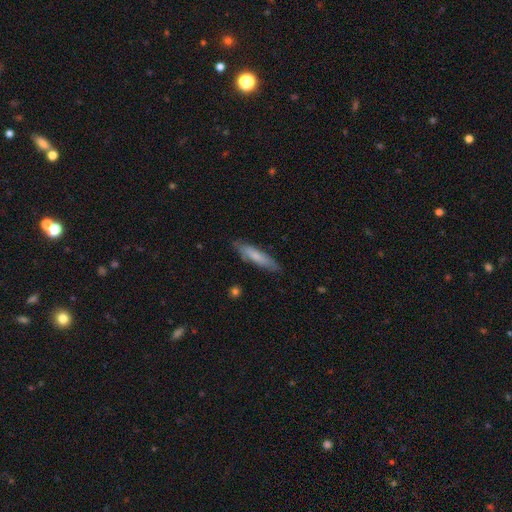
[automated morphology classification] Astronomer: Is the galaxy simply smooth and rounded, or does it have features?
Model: smooth — 65%.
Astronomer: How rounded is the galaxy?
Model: cigar-shaped — 82%.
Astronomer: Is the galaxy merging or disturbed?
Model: none — 82%.